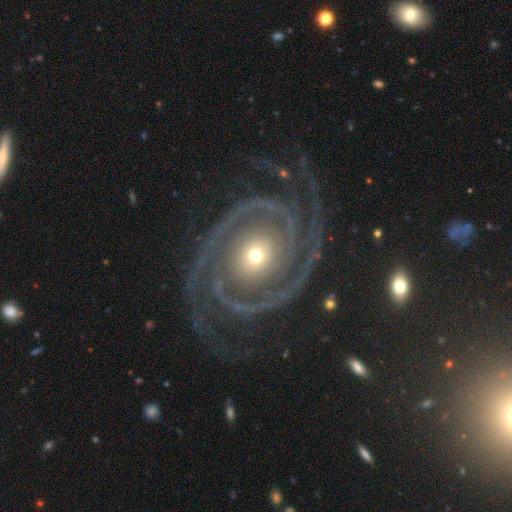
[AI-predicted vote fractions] Smooth or featured: featured or disk — 87% (smooth — 7%)
Edge-on disk: no — 97% (yes — 3%)
Bar: no — 83% (weak — 11%)
Spiral arms: yes — 92% (no — 8%)
Spiral winding: tight — 64% (medium — 26%)
Spiral arm count: 2 — 52% (can't tell — 15%)
Bulge size: small — 57% (moderate — 36%)
Merging: none — 71% (major disturbance — 14%)